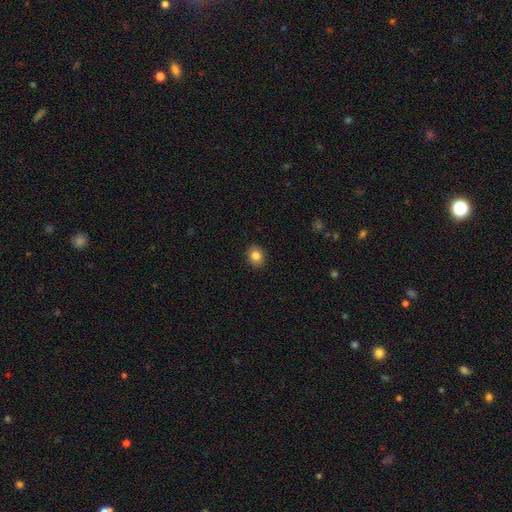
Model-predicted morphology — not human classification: A smooth galaxy with no disk features (84%) that is round (62%). Merging: none (90%).